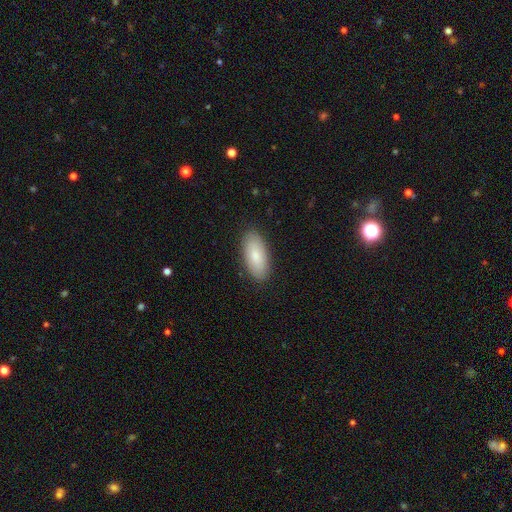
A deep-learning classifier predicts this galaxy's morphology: Smooth or featured: smooth — 83% (featured or disk — 12%)
How rounded: in between — 90% (cigar-shaped — 9%)
Merging: none — 88% (minor disturbance — 9%)